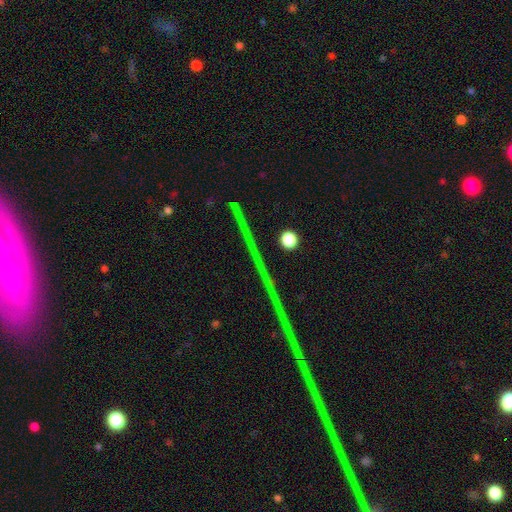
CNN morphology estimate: Overall: star or artifact (63%).